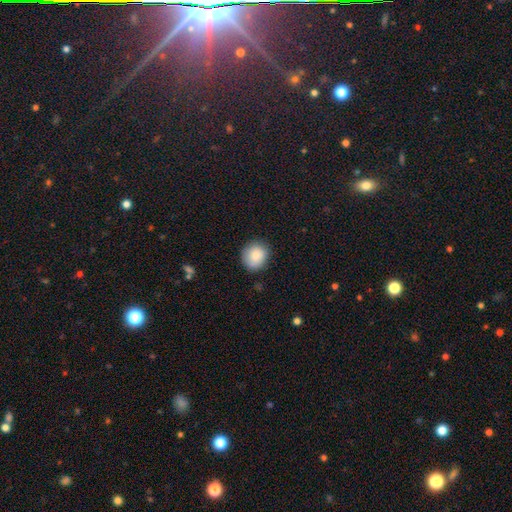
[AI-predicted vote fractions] This is clearly a smooth galaxy (85%). How rounded: likely round (77%). Merging: clearly none (83%).